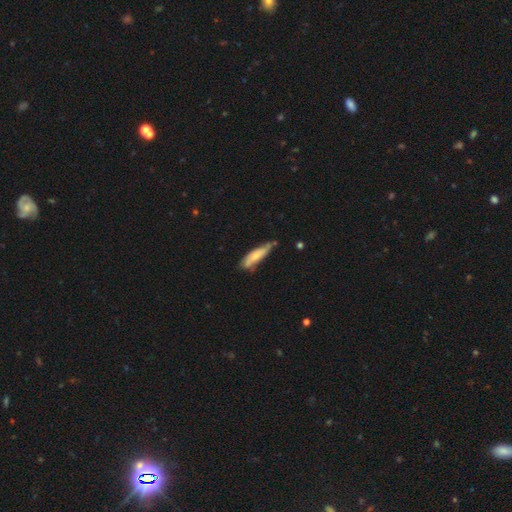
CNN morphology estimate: This is possibly a smooth galaxy (59%). How rounded: likely cigar-shaped (67%). Merging: possibly none (51%).